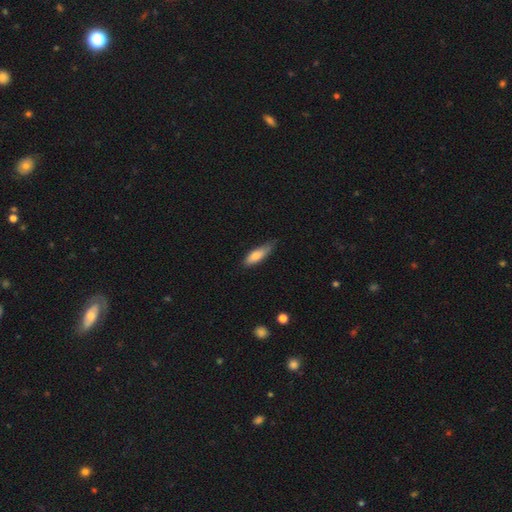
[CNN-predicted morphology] Smooth or featured?
  - smooth: 76% *
  - featured or disk: 17%
  - star or artifact: 6%
How rounded?
  - in between: 55% *
  - cigar-shaped: 43%
  - round: 2%
Merging?
  - none: 56% *
  - minor disturbance: 36%
  - major disturbance: 6%
  - merger: 2%